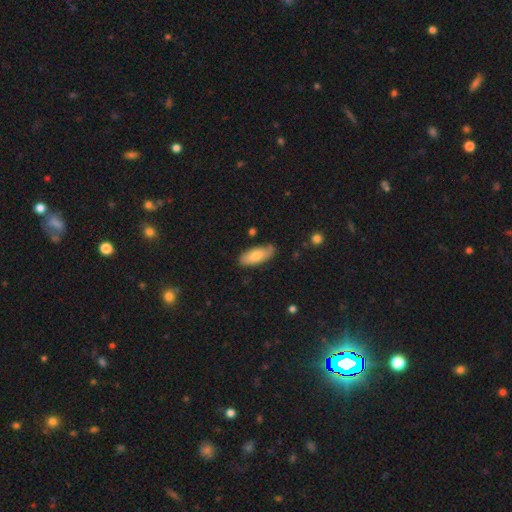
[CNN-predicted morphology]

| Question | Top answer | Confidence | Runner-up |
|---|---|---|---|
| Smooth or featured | smooth | 76% | featured or disk (18%) |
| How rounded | in between | 82% | cigar-shaped (16%) |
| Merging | none | 74% | minor disturbance (21%) |